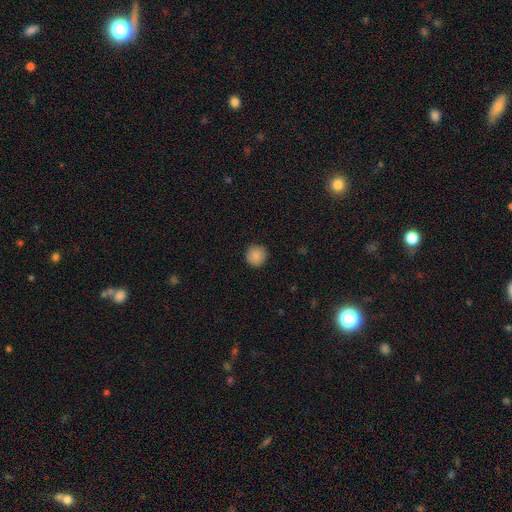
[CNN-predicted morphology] smooth 87%, star or artifact 8%, featured or disk 5%. Down the decision tree: how rounded — round (95%); merging — none (91%).